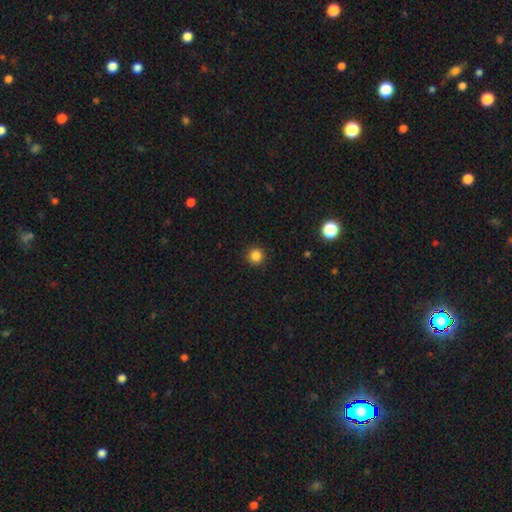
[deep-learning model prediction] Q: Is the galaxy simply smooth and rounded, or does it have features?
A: smooth — 84%.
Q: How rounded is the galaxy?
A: round — 95%.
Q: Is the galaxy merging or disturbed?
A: none — 92%.